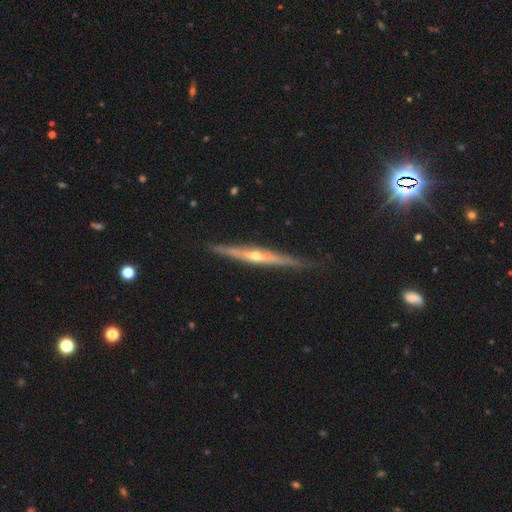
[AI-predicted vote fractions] Smooth or featured: featured or disk — 75% (smooth — 19%)
Edge-on disk: yes — 96% (no — 4%)
Edge-on bulge: rounded — 78% (none — 18%)
Merging: none — 78% (minor disturbance — 14%)